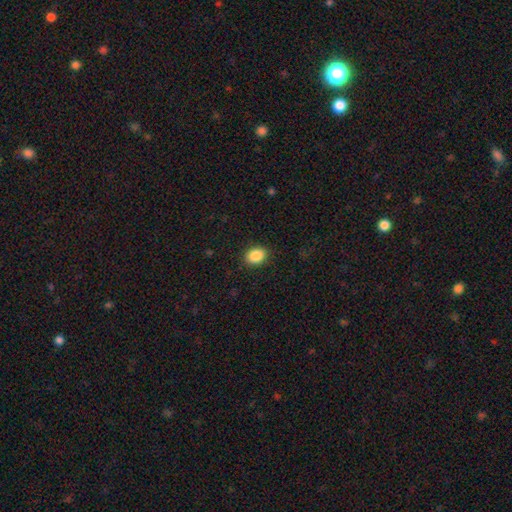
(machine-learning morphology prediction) A smooth galaxy with no disk features (88%) that is in between round and cigar-shaped (60%). Merging: none (89%).